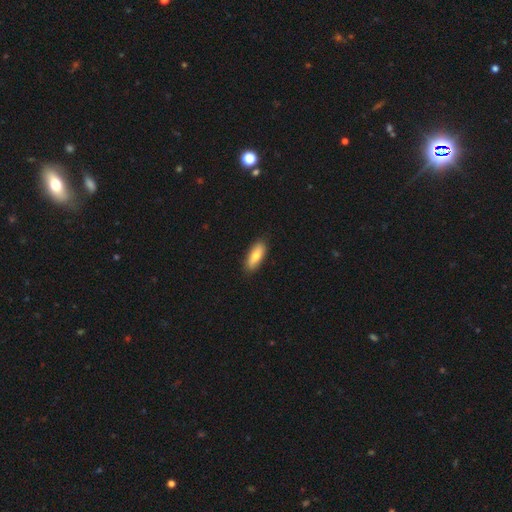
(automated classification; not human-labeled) smooth 78%, featured or disk 17%, star or artifact 6%. Down the decision tree: how rounded — in between (71%); merging — none (87%).